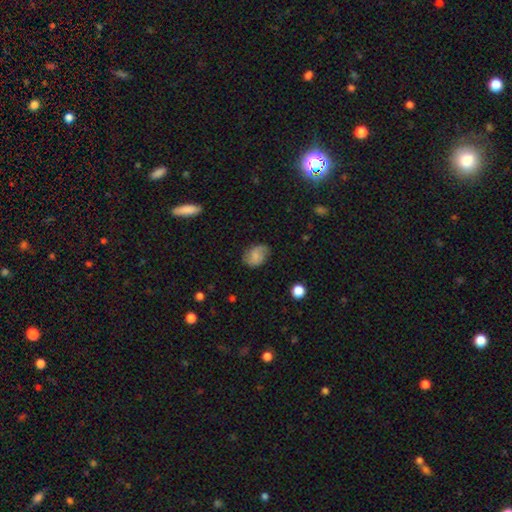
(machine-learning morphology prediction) type=smooth (62%); roundness=in between (64%); merging=none (67%).